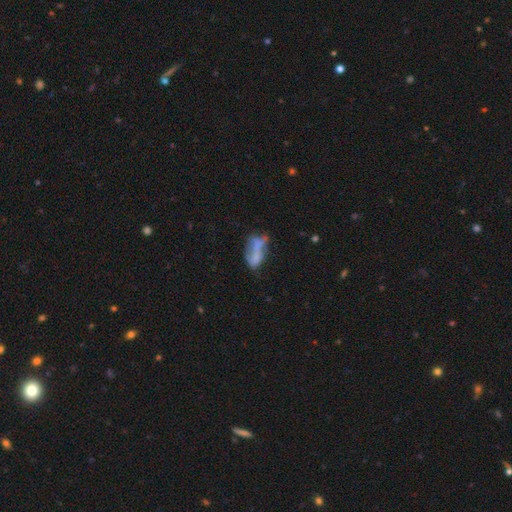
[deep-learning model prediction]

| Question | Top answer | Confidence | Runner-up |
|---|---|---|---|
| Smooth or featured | smooth | 46% | featured or disk (42%) |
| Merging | major disturbance | 33% | none (27%) |